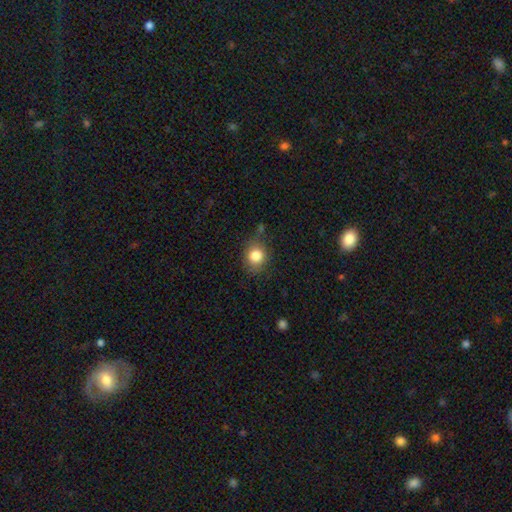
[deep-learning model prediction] This appears to be a smooth galaxy with no disk features (83%) that is round (73%). Merging: none (75%).